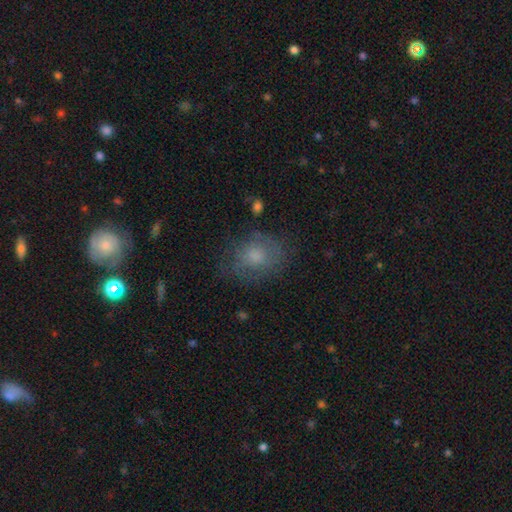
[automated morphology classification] Smooth or featured?
  - smooth: 62% *
  - featured or disk: 27%
  - star or artifact: 11%
How rounded?
  - in between: 56% *
  - round: 43%
  - cigar-shaped: 1%
Merging?
  - none: 65% *
  - minor disturbance: 21%
  - major disturbance: 12%
  - merger: 2%